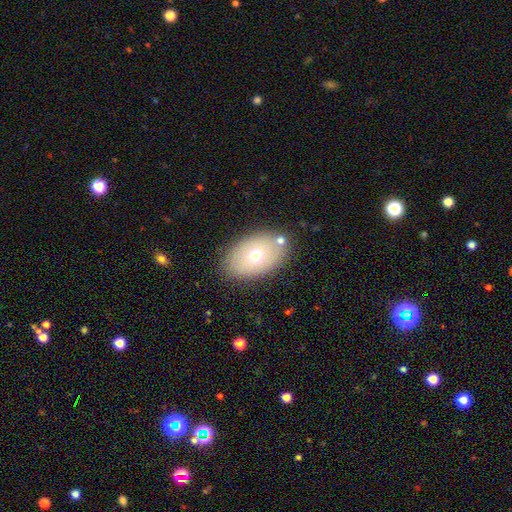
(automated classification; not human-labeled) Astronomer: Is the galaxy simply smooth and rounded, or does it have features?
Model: smooth — 67%.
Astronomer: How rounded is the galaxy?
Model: in between — 87%.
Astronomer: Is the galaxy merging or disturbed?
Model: none — 80%.